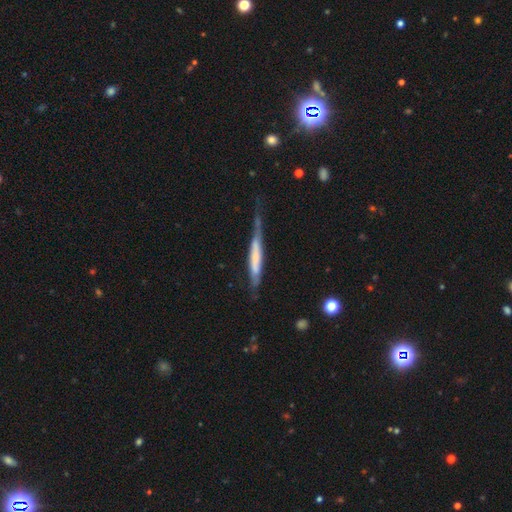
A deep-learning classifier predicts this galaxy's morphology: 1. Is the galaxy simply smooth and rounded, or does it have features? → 50% featured or disk, 44% smooth, 6% star or artifact.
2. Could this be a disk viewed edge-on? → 85% yes, 15% no.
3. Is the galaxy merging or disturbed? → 44% none, 33% minor disturbance, 20% major disturbance, 4% merger.